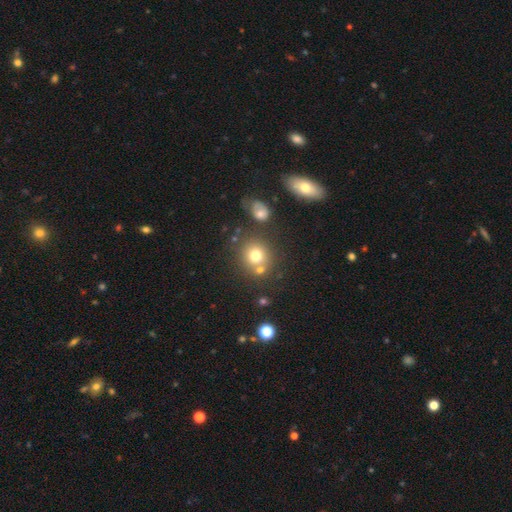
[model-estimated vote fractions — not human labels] Overall: smooth (73%). How rounded: round (83%). Merging: none (66%).